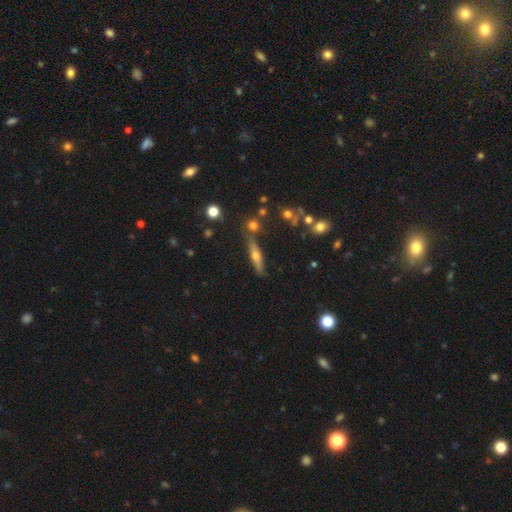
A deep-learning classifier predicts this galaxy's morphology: smooth-or-featured: featured or disk: 47% | smooth: 45% | star or artifact: 8%
  merging: none: 77% | minor disturbance: 12% | merger: 7% | major disturbance: 3%